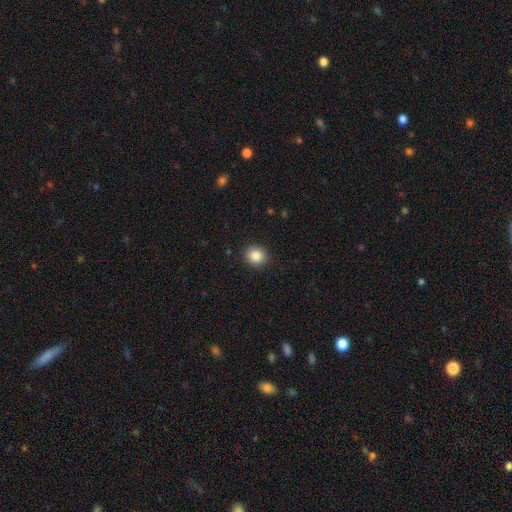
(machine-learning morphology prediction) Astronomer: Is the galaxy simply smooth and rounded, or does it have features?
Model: smooth — 85%.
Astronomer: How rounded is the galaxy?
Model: round — 84%.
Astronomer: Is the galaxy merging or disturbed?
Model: none — 90%.